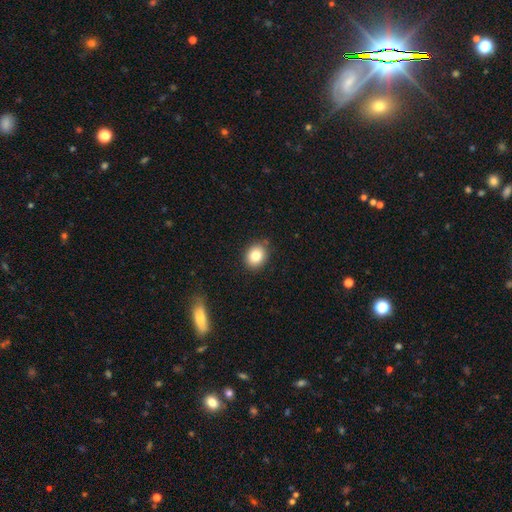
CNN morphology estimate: Smooth or featured? Predicted: smooth (p=0.82). How rounded? Predicted: round (p=0.58). Merging? Predicted: none (p=0.85).